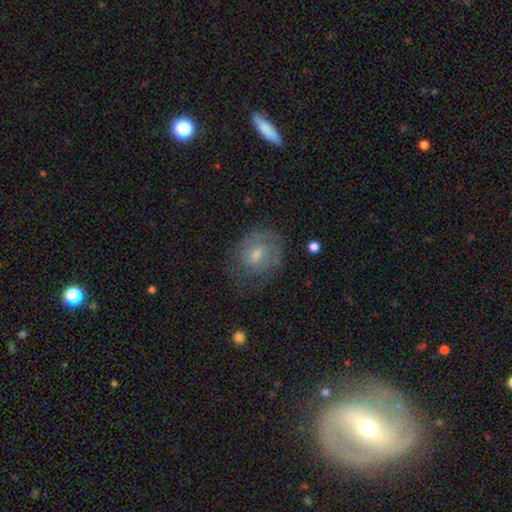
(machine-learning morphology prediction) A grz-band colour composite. It shows a featured or disk galaxy (49%). Merging: none (60%).